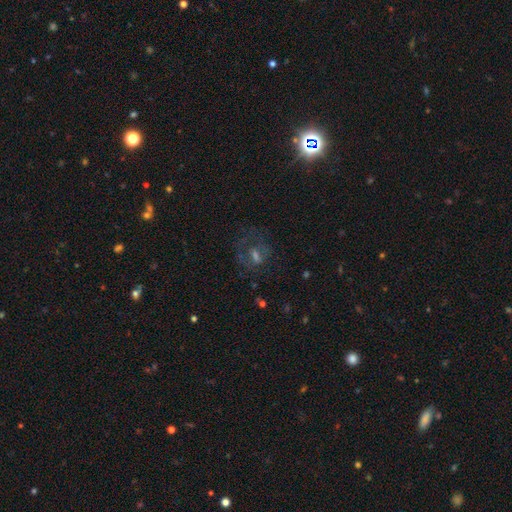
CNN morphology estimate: A featured or disk galaxy (43%). Merging: none (57%).